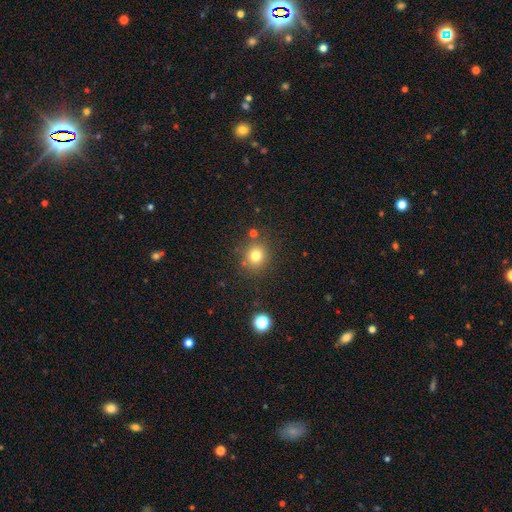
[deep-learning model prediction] smooth 77%, star or artifact 15%, featured or disk 8%. Down the decision tree: how rounded — round (85%); merging — none (81%).